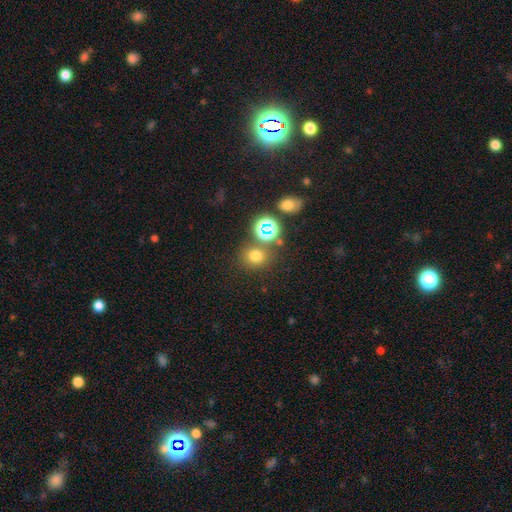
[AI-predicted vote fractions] smooth_or_featured: smooth (p=0.69) [alt: star or artifact p=0.24]
how_rounded: round (p=0.79) [alt: in between p=0.20]
merging: none (p=0.75) [alt: merger p=0.11]